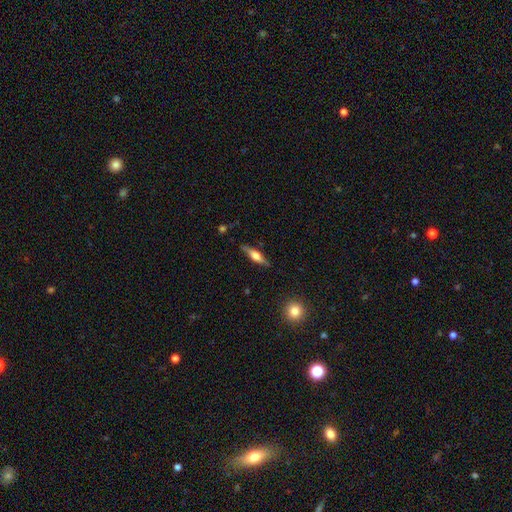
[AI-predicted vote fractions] A featured or disk galaxy (52%) viewed edge-on (93%). Merging: none (82%).